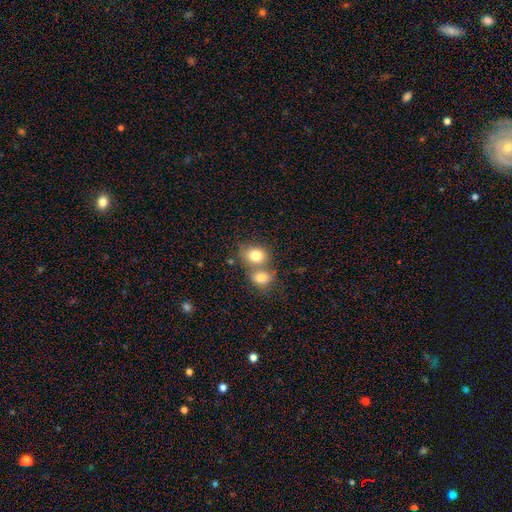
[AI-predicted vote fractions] A smooth galaxy with no disk features (80%) that is round (52%). Merging: merger (54%).